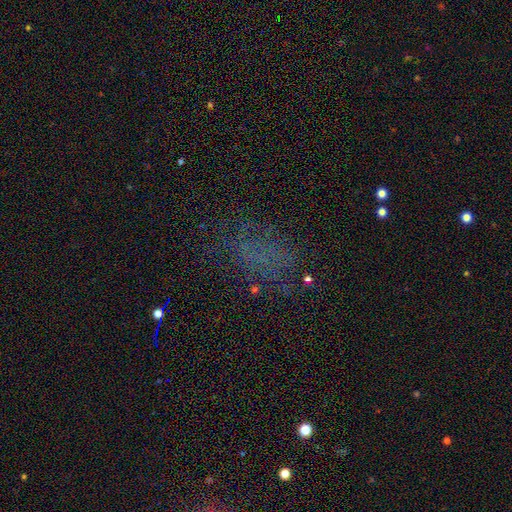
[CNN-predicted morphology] Smooth or featured?
  - smooth: 43% *
  - star or artifact: 40%
  - featured or disk: 18%
Merging?
  - none: 62% *
  - minor disturbance: 18%
  - major disturbance: 17%
  - merger: 3%